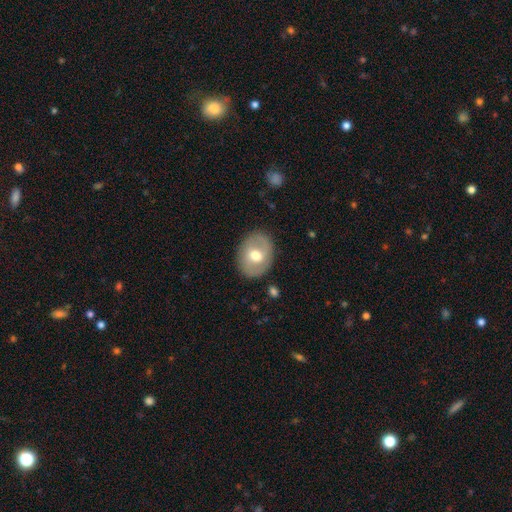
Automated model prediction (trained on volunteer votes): Smooth or featured? smooth (53%)
How rounded? in between (58%)
Merging? none (84%)